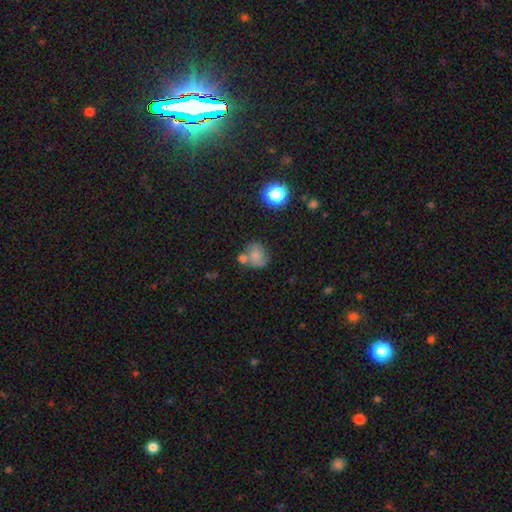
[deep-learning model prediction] smooth_or_featured: smooth (p=0.67) [alt: featured or disk p=0.21]
how_rounded: round (p=0.62) [alt: in between p=0.36]
merging: none (p=0.41) [alt: merger p=0.32]